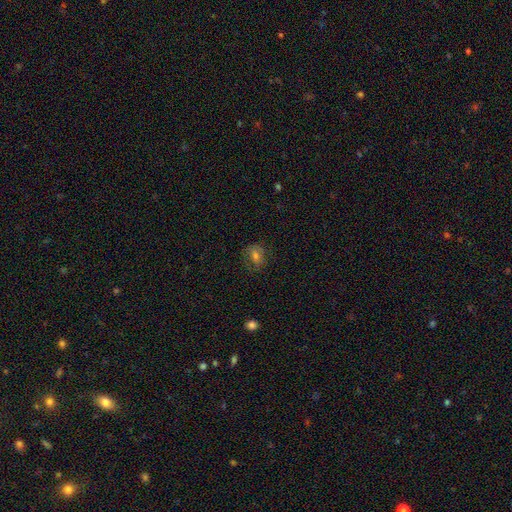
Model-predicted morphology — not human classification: This appears to be a smooth galaxy with no disk features (57%) that is round (58%). Merging: none (73%).